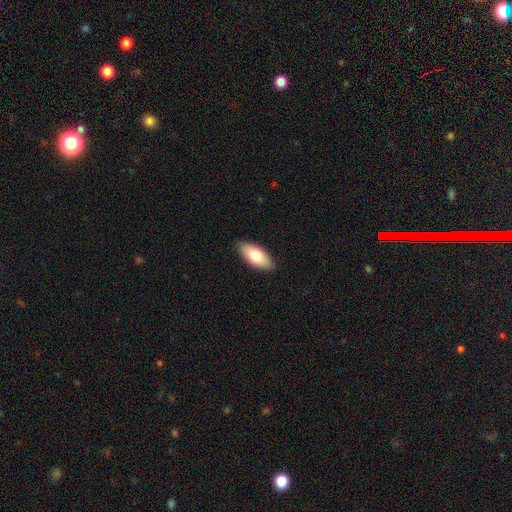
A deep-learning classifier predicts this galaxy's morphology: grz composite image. It shows a smooth galaxy with no disk features (78%) that is in between round and cigar-shaped (90%). Merging: none (89%).